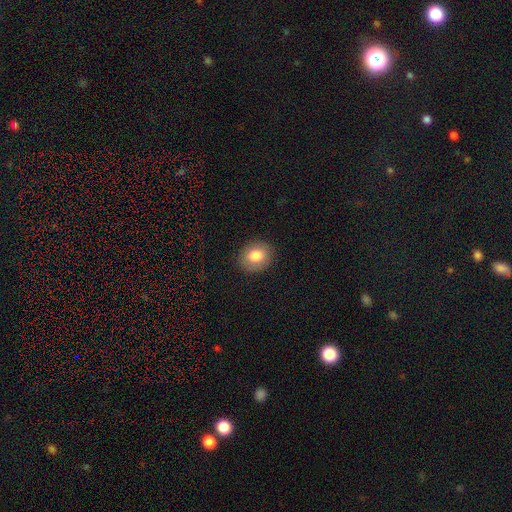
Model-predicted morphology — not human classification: Q: Smooth or featured?
A: smooth (82%); runner-up: featured or disk (10%)
Q: How rounded?
A: round (63%); runner-up: in between (36%)
Q: Merging?
A: none (89%); runner-up: minor disturbance (8%)